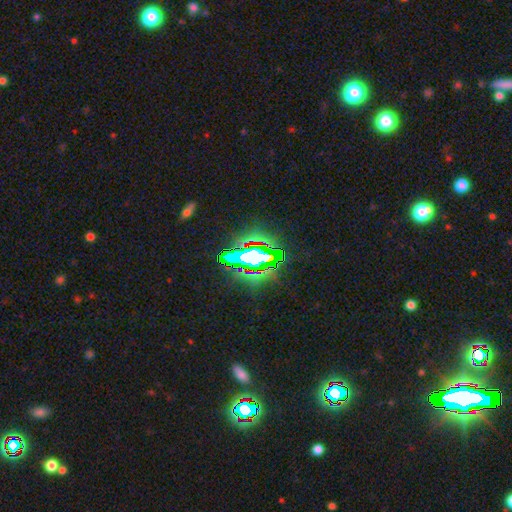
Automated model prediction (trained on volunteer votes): Smooth or featured? Predicted: star or artifact (p=0.61).